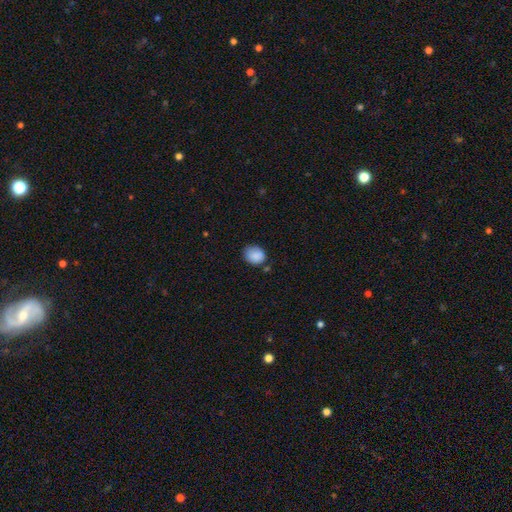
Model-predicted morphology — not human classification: smooth_or_featured: smooth (p=0.87) [alt: star or artifact p=0.08]
how_rounded: round (p=0.60) [alt: in between p=0.39]
merging: none (p=0.70) [alt: minor disturbance p=0.22]